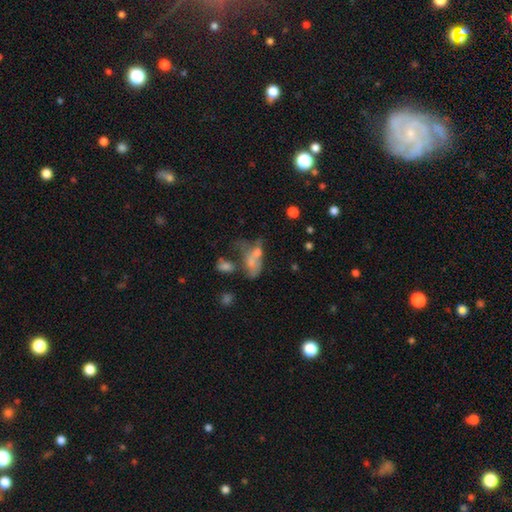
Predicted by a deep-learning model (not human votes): Smooth or featured?
  - smooth: 46% *
  - featured or disk: 36%
  - star or artifact: 18%
Merging?
  - merger: 48% *
  - none: 20%
  - major disturbance: 20%
  - minor disturbance: 12%